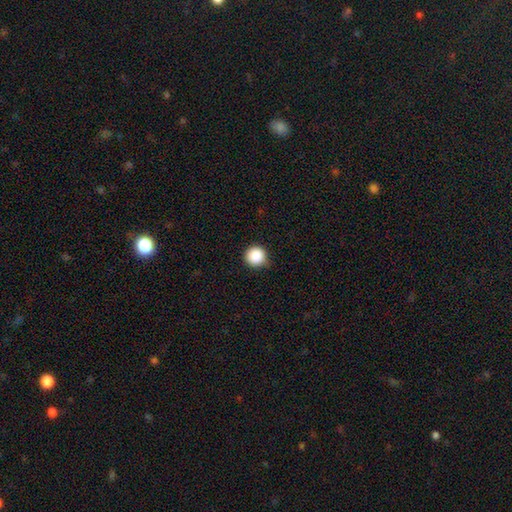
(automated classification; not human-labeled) smooth-or-featured: smooth: 88% | star or artifact: 9% | featured or disk: 2%
  how-rounded: round: 96% | in between: 3% | cigar-shaped: 1%
  merging: none: 87% | minor disturbance: 10% | major disturbance: 2% | merger: 1%